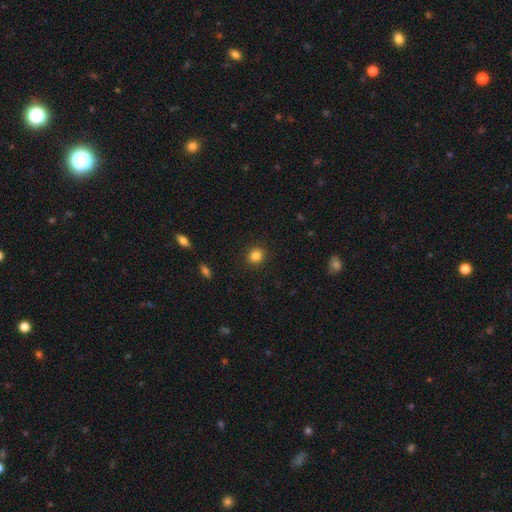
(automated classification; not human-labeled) This appears to be a smooth galaxy with no disk features (84%) that is round (86%). Merging: none (91%).